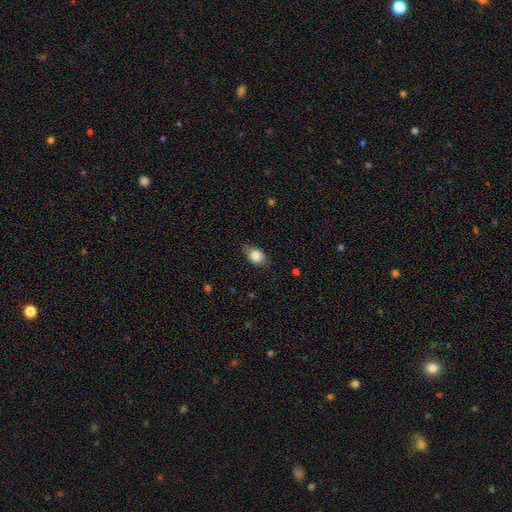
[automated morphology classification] The model was most divided on "merging": none: 74%, minor disturbance: 21%, major disturbance: 4%, merger: 1%. More confident: smooth or featured — smooth (83%); how rounded — in between (79%).